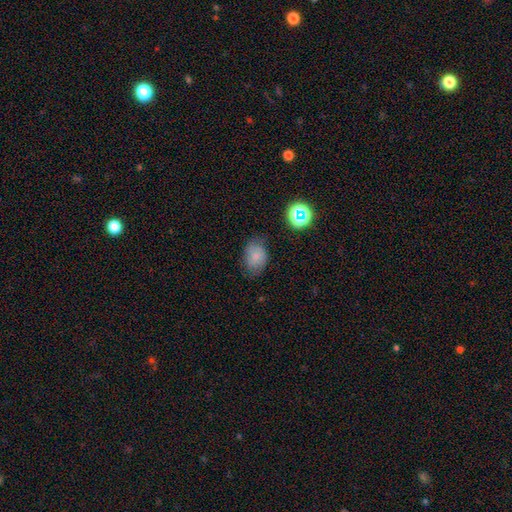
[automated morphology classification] Smooth or featured? smooth (71%)
How rounded? in between (74%)
Merging? none (66%)